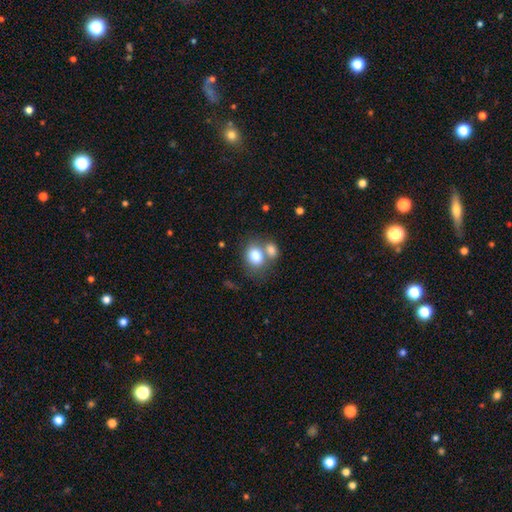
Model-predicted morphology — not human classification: Smooth or featured? Predicted: smooth (p=0.80). How rounded? Predicted: in between (p=0.51). Merging? Predicted: merger (p=0.44).